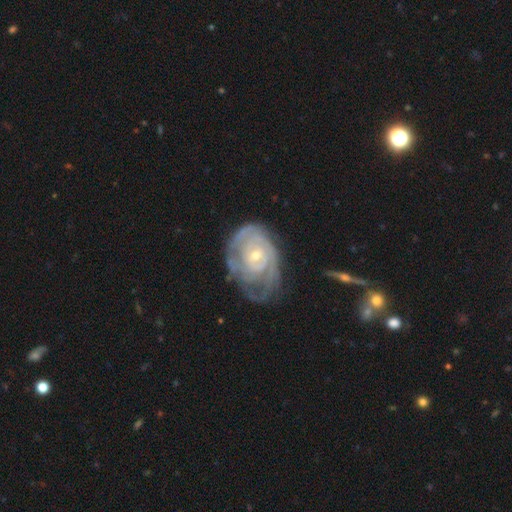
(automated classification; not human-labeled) Q: Smooth or featured?
A: featured or disk (81%); runner-up: smooth (13%)
Q: Edge-on disk?
A: no (96%); runner-up: yes (4%)
Q: Bar?
A: no (74%); runner-up: weak (22%)
Q: Spiral arms?
A: yes (88%); runner-up: no (12%)
Q: Spiral winding?
A: tight (72%); runner-up: medium (21%)
Q: Spiral arm count?
A: can't tell (48%); runner-up: 2 (22%)
Q: Bulge size?
A: small (64%); runner-up: moderate (33%)
Q: Merging?
A: none (49%); runner-up: minor disturbance (28%)